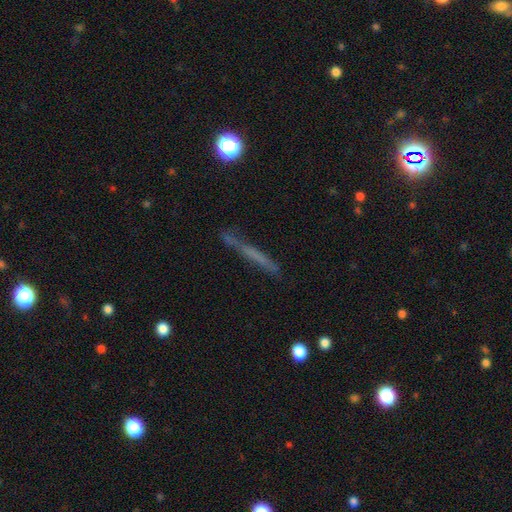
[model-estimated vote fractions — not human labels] This appears to be a smooth galaxy with no disk features (46%). Merging: none (72%).